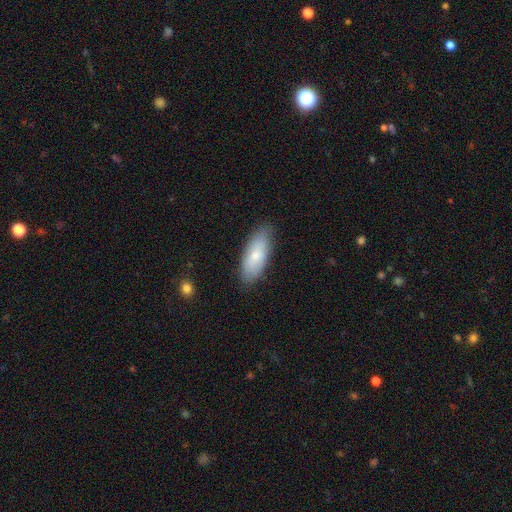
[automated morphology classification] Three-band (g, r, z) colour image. It shows a smooth galaxy with no disk features (72%) that is in between round and cigar-shaped (76%). Merging: none (81%).